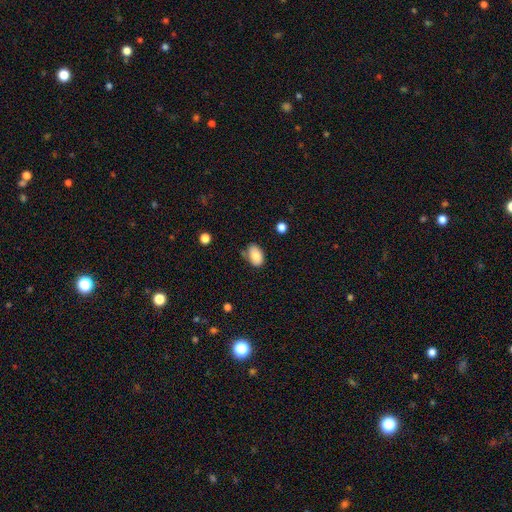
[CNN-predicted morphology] Smooth or featured?
  - smooth: 84% *
  - featured or disk: 9%
  - star or artifact: 7%
How rounded?
  - in between: 90% *
  - round: 8%
  - cigar-shaped: 1%
Merging?
  - none: 71% *
  - minor disturbance: 20%
  - merger: 5%
  - major disturbance: 4%